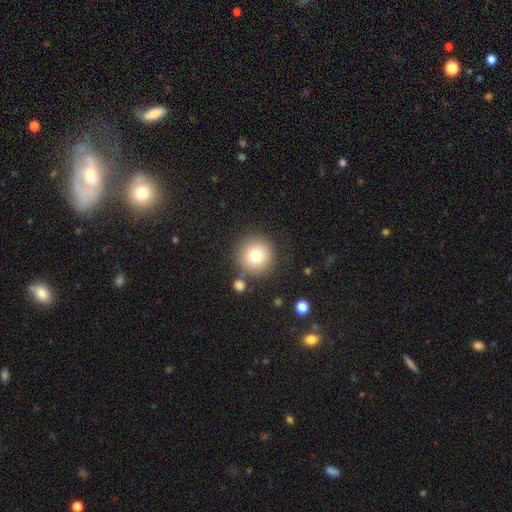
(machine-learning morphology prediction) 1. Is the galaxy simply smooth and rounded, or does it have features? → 76% smooth, 13% featured or disk, 11% star or artifact.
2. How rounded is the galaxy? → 95% round, 4% in between, 1% cigar-shaped.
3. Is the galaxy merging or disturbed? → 81% none, 8% minor disturbance, 7% merger, 3% major disturbance.